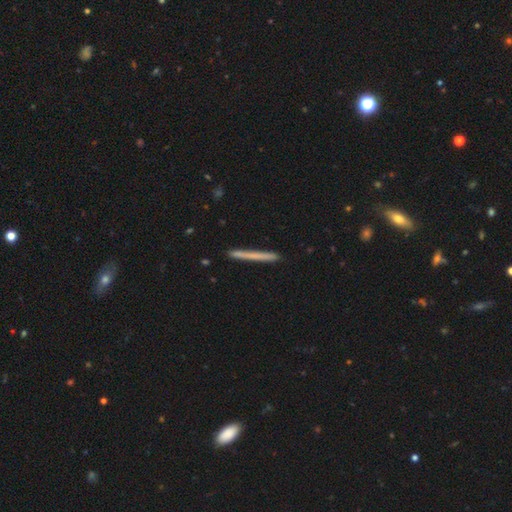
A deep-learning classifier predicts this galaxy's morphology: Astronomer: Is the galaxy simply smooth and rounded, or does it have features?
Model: smooth — 64%.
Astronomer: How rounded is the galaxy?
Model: cigar-shaped — 97%.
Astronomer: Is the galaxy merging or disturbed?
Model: none — 89%.